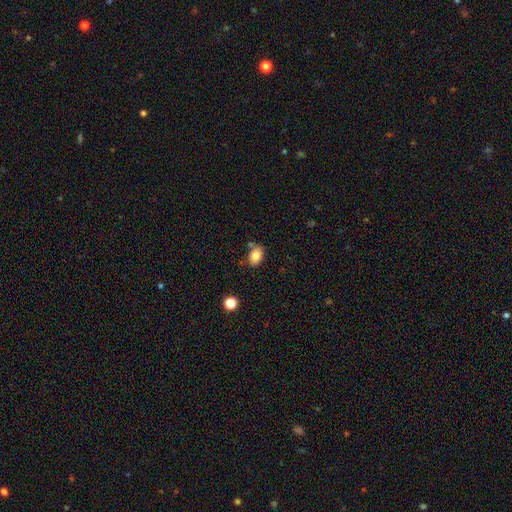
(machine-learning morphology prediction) This is clearly a smooth galaxy (82%). How rounded: clearly in between (81%). Merging: likely none (72%).